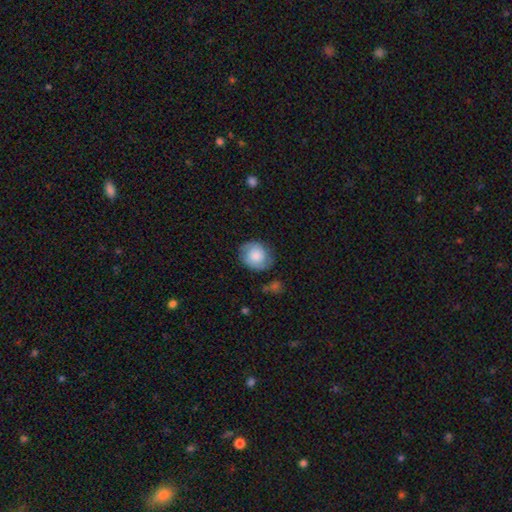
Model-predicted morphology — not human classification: Smooth or featured? smooth (62%)
How rounded? round (69%)
Merging? none (74%)